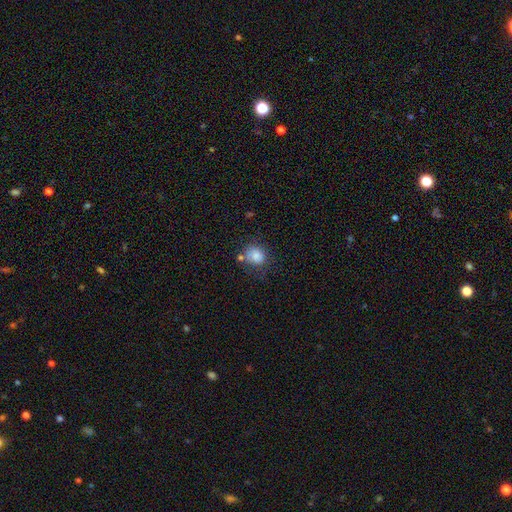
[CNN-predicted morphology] smooth_or_featured: smooth (p=0.79) [alt: star or artifact p=0.11]
how_rounded: round (p=0.69) [alt: in between p=0.30]
merging: none (p=0.59) [alt: minor disturbance p=0.22]